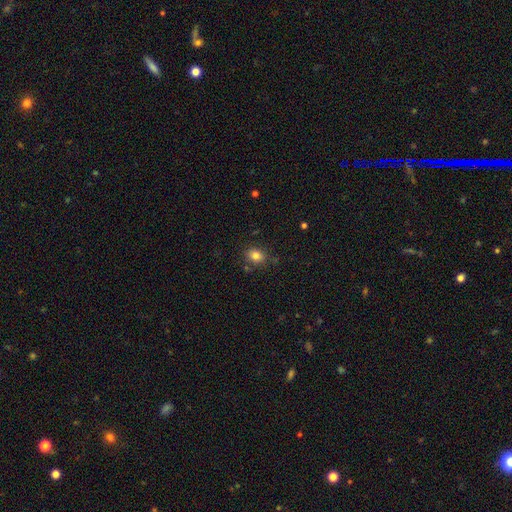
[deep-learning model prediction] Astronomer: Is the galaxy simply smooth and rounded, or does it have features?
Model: smooth — 80%.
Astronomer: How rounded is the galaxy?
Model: in between — 52% (runner-up: round, 46%).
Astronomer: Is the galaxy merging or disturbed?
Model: none — 79%.